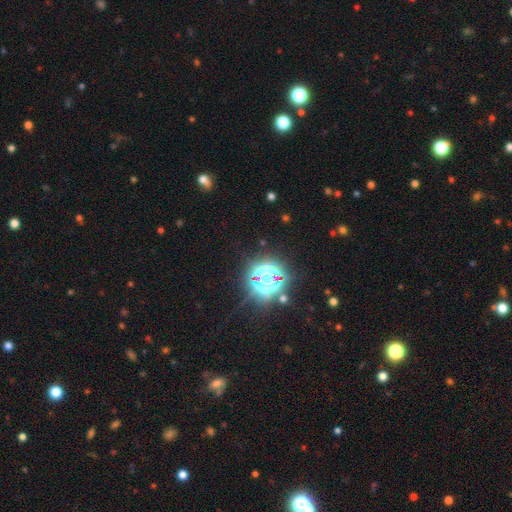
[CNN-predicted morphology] Q: Smooth or featured?
A: star or artifact (81%); runner-up: smooth (13%)